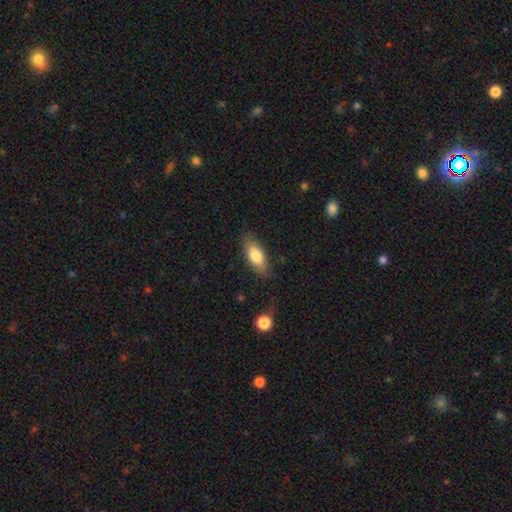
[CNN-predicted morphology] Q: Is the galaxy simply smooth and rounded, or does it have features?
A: smooth — 77%.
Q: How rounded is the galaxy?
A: in between — 78%.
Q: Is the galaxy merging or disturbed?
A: none — 80%.